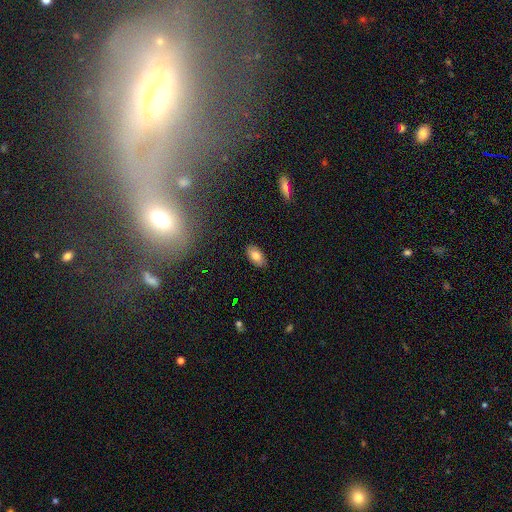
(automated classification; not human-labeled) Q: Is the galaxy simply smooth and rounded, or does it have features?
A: smooth — 81%.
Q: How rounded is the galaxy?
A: in between — 94%.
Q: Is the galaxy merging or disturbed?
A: none — 87%.